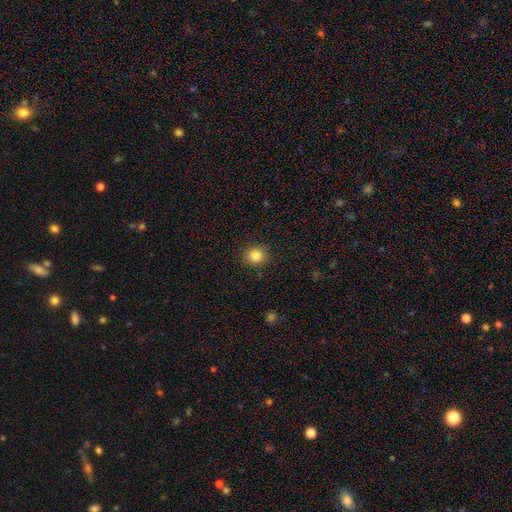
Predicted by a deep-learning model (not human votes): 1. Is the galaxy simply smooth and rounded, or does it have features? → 83% smooth, 11% star or artifact, 6% featured or disk.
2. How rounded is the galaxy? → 85% round, 14% in between, 1% cigar-shaped.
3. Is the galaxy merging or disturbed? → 88% none, 8% minor disturbance, 2% major disturbance, 1% merger.